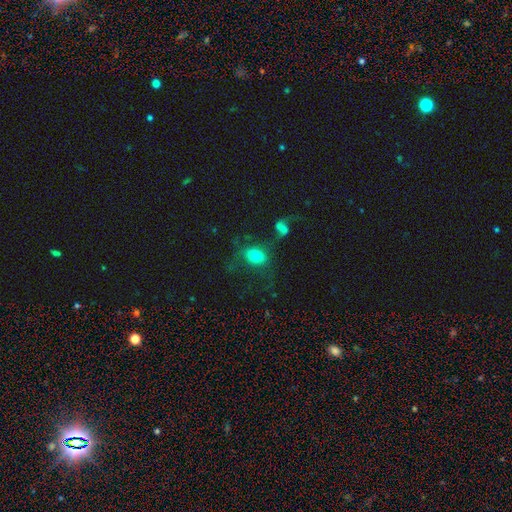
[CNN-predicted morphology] This is likely a smooth galaxy (67%). How rounded: likely in between (69%). Merging: marginally none (44%).